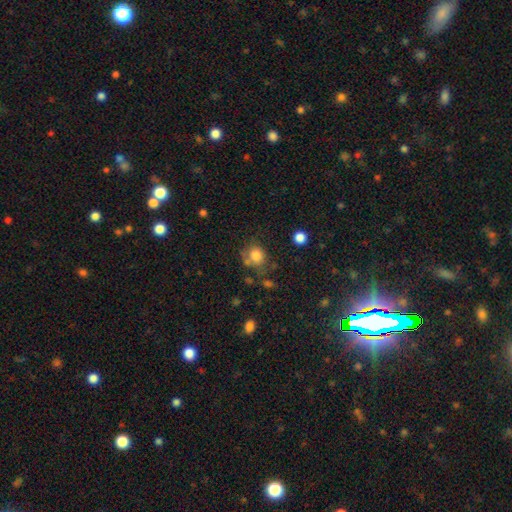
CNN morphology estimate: The model was most divided on "merging": none: 58%, minor disturbance: 21%, merger: 11%, major disturbance: 10%. More confident: smooth or featured — smooth (80%); how rounded — round (79%).